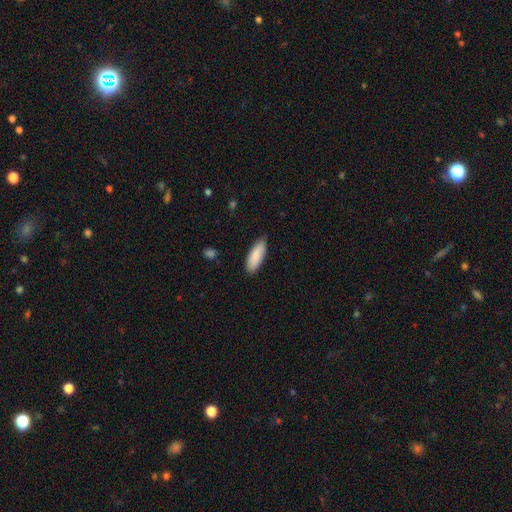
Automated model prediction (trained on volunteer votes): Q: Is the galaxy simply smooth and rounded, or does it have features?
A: smooth — 88%.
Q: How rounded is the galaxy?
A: in between — 72%.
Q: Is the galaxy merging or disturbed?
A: none — 81%.